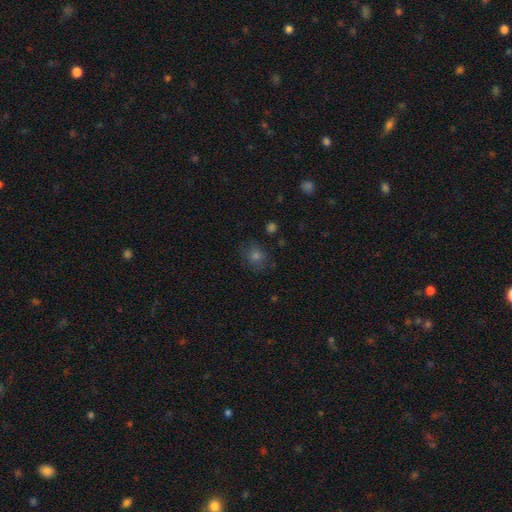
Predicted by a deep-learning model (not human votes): Smooth or featured: smooth — 61% (star or artifact — 26%)
How rounded: round — 71% (in between — 28%)
Merging: none — 79% (minor disturbance — 14%)